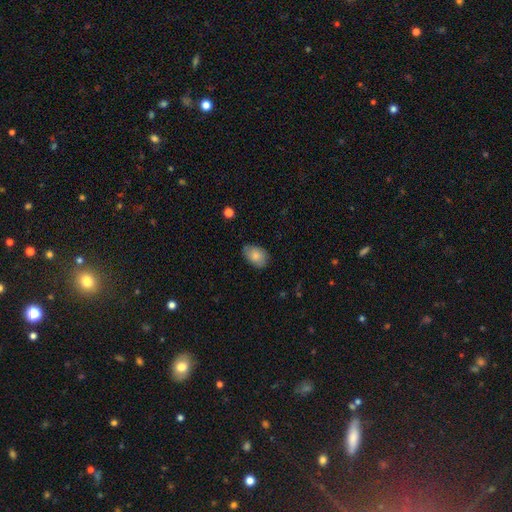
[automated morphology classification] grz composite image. It shows a smooth galaxy with no disk features (84%) that is in between round and cigar-shaped (86%). Merging: none (75%).